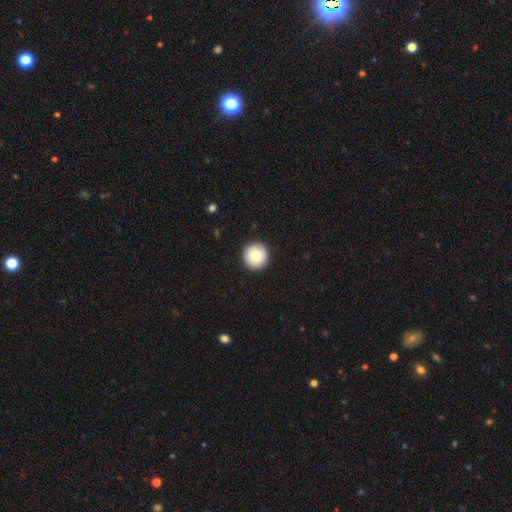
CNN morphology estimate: A smooth galaxy with no disk features (80%) that is round (95%). Merging: none (90%).